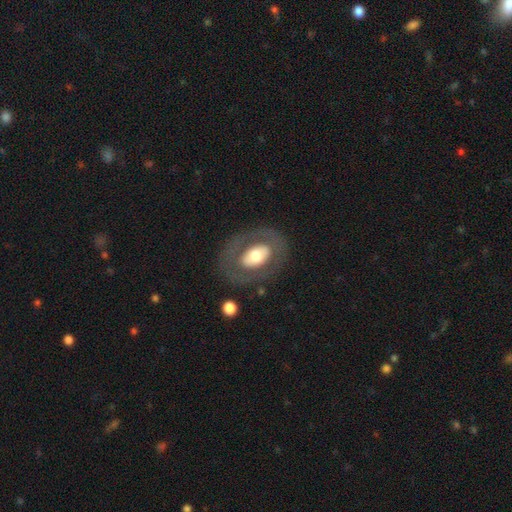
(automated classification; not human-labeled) smooth_or_featured: featured or disk (p=0.47) [alt: smooth p=0.46]
merging: none (p=0.78) [alt: minor disturbance p=0.12]